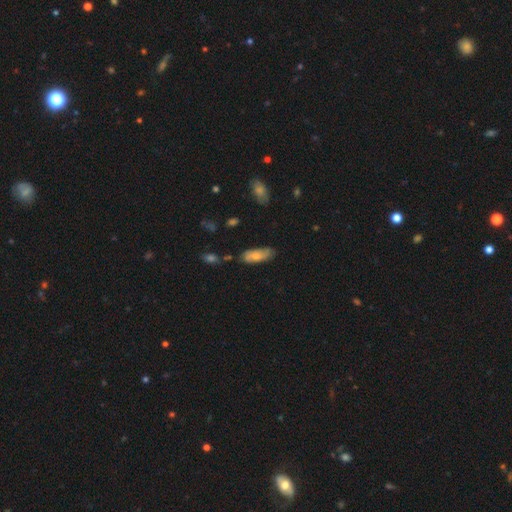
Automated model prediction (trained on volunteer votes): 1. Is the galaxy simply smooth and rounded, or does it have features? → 68% smooth, 26% featured or disk, 6% star or artifact.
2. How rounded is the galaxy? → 68% in between, 30% cigar-shaped, 2% round.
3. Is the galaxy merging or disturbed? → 71% none, 21% minor disturbance, 4% major disturbance, 4% merger.